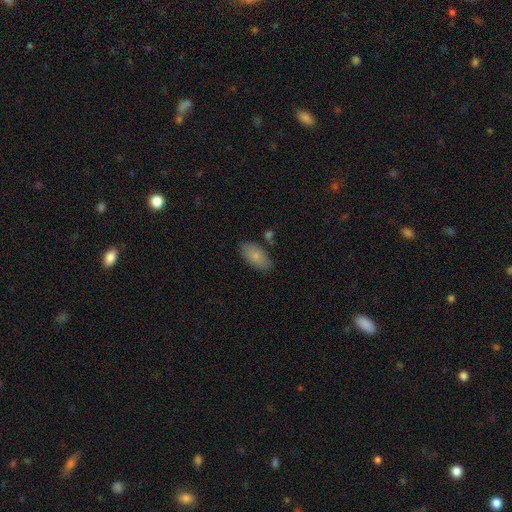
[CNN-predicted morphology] This is clearly a smooth galaxy (81%). How rounded: clearly in between (92%). Merging: likely none (79%).